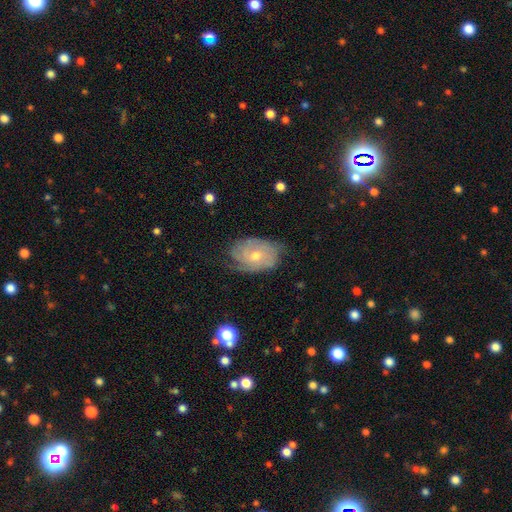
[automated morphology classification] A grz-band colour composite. It shows a featured or disk galaxy (69%) with no bar (75%), tight (63%) spiral arms (87%) and a moderate central bulge (53%). Merging: none (65%).